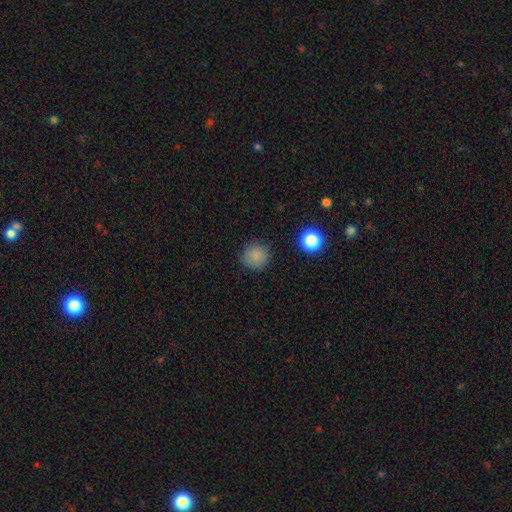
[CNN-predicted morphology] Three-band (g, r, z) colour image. It shows a smooth galaxy with no disk features (83%) that is round (93%). Merging: none (86%).